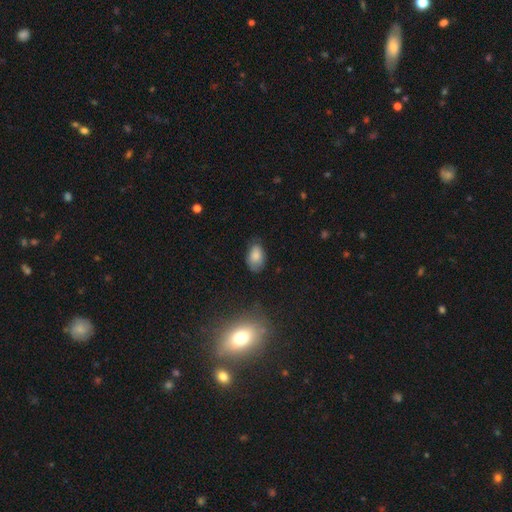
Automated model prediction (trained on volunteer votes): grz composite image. It shows a smooth galaxy with no disk features (82%) that is in between round and cigar-shaped (91%). Merging: none (67%).